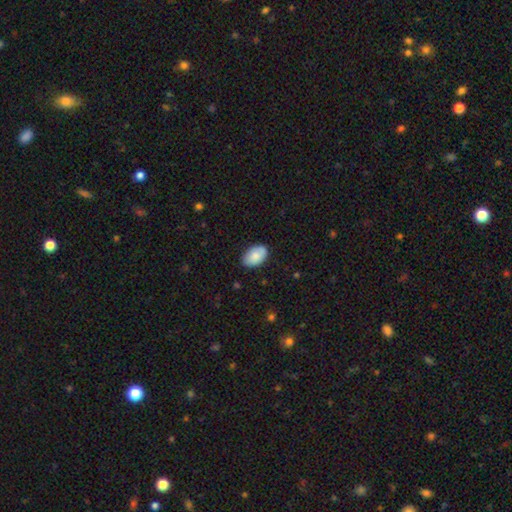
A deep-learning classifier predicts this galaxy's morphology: smooth_or_featured: smooth (p=0.83) [alt: featured or disk p=0.11]
how_rounded: in between (p=0.92) [alt: round p=0.07]
merging: none (p=0.81) [alt: minor disturbance p=0.15]